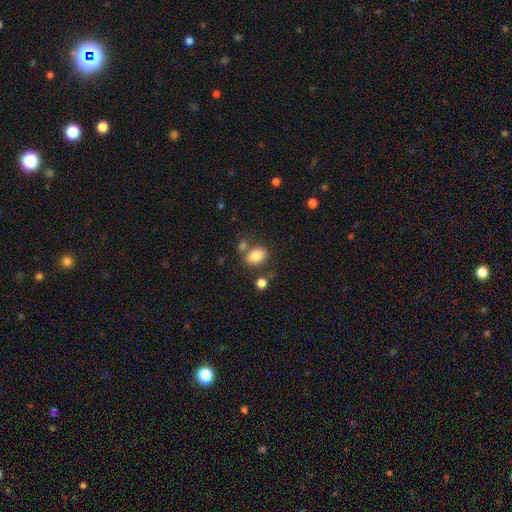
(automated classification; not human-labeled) Q: Smooth or featured?
A: smooth (84%); runner-up: star or artifact (9%)
Q: How rounded?
A: in between (72%); runner-up: round (27%)
Q: Merging?
A: none (65%); runner-up: merger (16%)